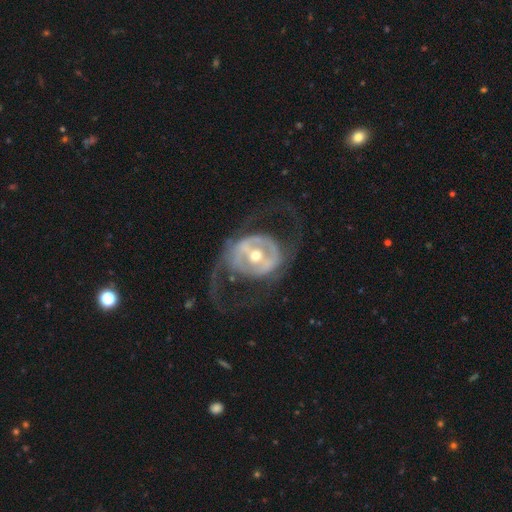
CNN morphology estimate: Smooth or featured? Predicted: featured or disk (p=0.83). Edge-on disk? Predicted: no (p=0.96). Bar? Predicted: strong (p=0.45). Spiral arms? Predicted: yes (p=0.67). Spiral winding? Predicted: loose (p=0.42). Spiral arm count? Predicted: 2 (p=0.78). Bulge size? Predicted: moderate (p=0.66). Merging? Predicted: none (p=0.55).